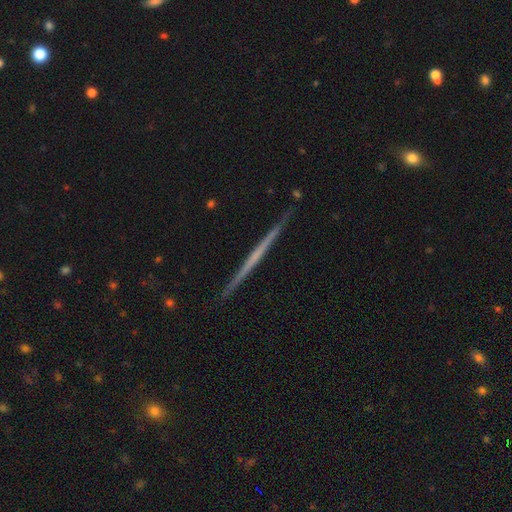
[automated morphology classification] A featured or disk galaxy (67%) viewed edge-on (98%) with no central bulge (89%). Merging: none (92%).